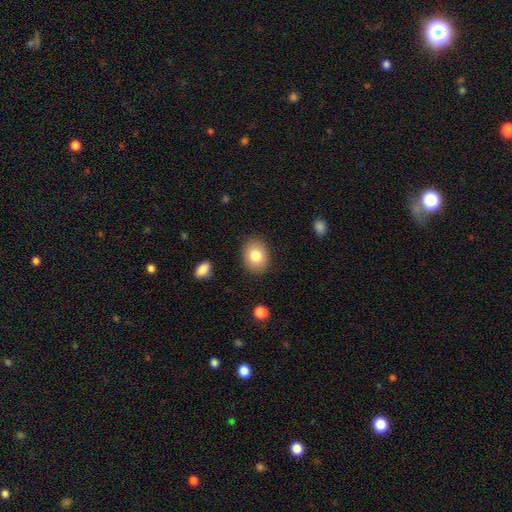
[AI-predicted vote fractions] smooth_or_featured: smooth (p=0.81) [alt: featured or disk p=0.11]
how_rounded: in between (p=0.62) [alt: round p=0.37]
merging: none (p=0.87) [alt: minor disturbance p=0.09]